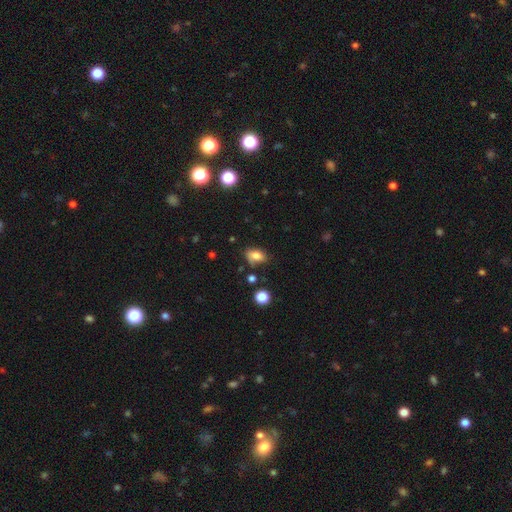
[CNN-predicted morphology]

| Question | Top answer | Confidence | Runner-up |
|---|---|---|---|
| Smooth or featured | smooth | 77% | star or artifact (12%) |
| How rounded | in between | 84% | round (14%) |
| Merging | none | 58% | minor disturbance (28%) |